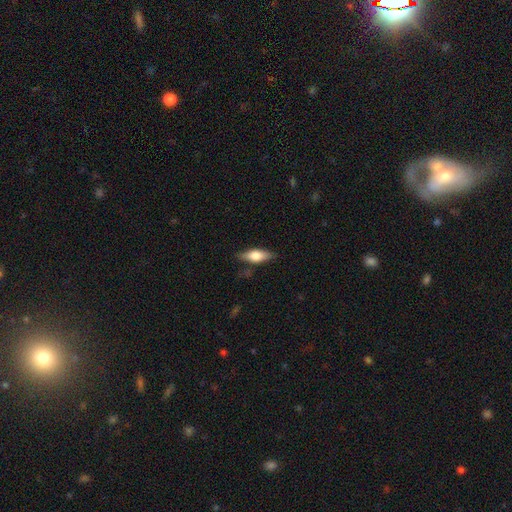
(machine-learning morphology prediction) Smooth or featured: smooth — 54% (featured or disk — 39%)
How rounded: in between — 59% (cigar-shaped — 38%)
Merging: none — 79% (minor disturbance — 15%)